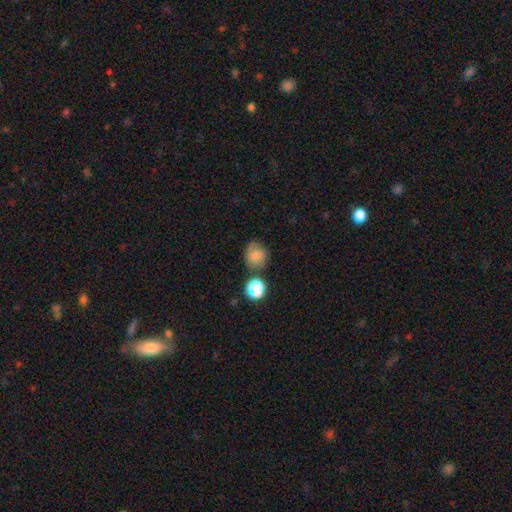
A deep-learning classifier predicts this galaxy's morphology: The model was most divided on "merging": none: 63%, minor disturbance: 21%, merger: 9%, major disturbance: 7%. More confident: how rounded — round (78%); smooth or featured — smooth (65%).